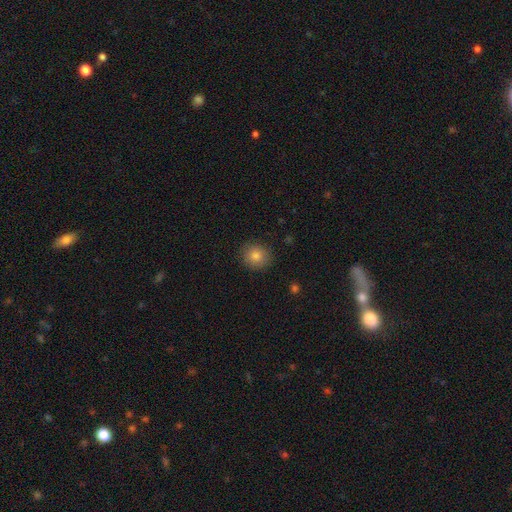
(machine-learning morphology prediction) smooth_or_featured: smooth (p=0.83) [alt: star or artifact p=0.11]
how_rounded: round (p=0.86) [alt: in between p=0.13]
merging: none (p=0.89) [alt: minor disturbance p=0.08]